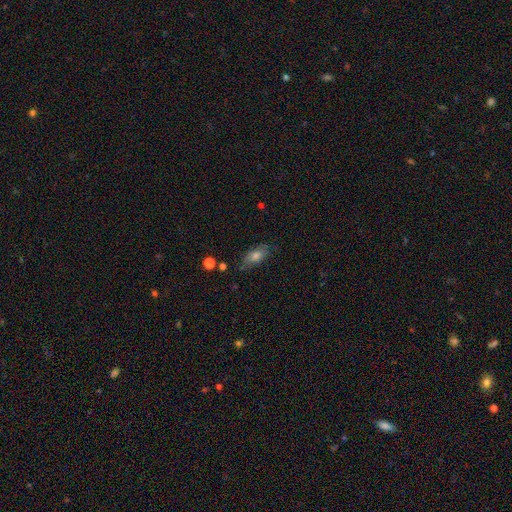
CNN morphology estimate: A smooth galaxy with no disk features (66%) that is in between round and cigar-shaped (79%). Merging: none (74%).